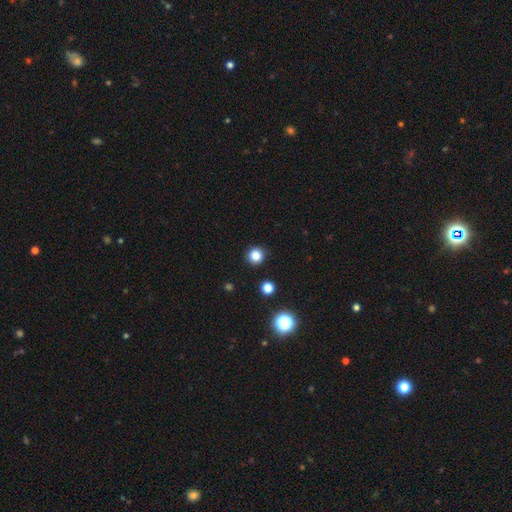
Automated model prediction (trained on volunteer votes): Smooth or featured? smooth (83%)
How rounded? round (93%)
Merging? none (91%)